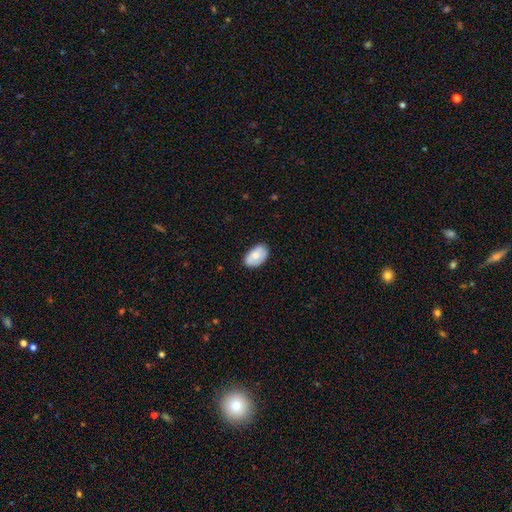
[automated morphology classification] type=smooth (79%); roundness=in between (93%); merging=none (81%).